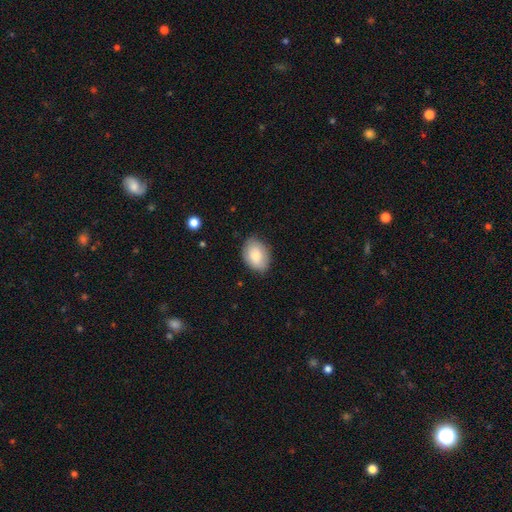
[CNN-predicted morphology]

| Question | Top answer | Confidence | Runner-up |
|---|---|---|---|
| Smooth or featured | smooth | 81% | featured or disk (12%) |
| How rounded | in between | 81% | round (18%) |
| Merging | none | 79% | minor disturbance (17%) |